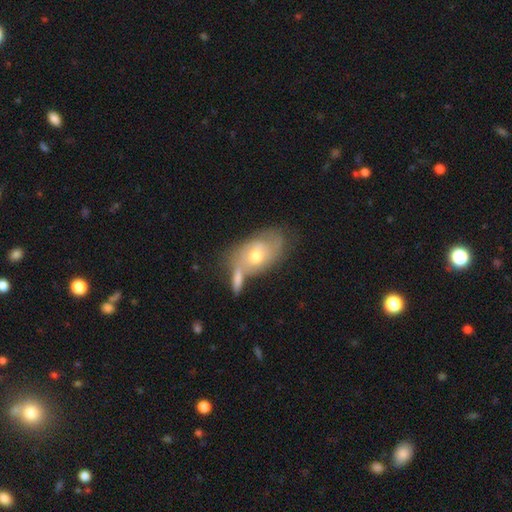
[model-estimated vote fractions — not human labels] Smooth or featured? featured or disk (54%)
Edge-on disk? no (91%)
Merging? none (42%)